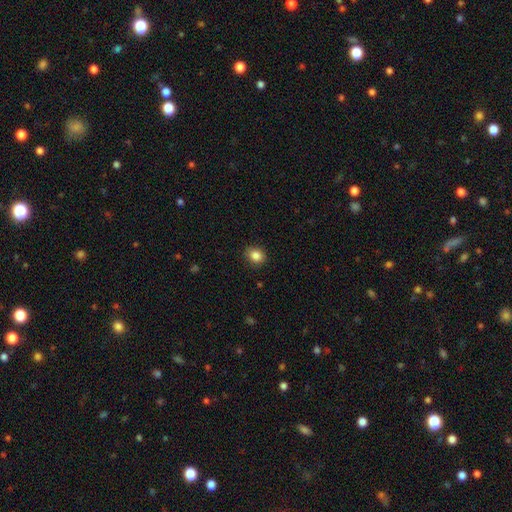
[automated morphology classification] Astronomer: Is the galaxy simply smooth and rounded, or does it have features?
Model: smooth — 86%.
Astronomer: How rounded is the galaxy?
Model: round — 62%.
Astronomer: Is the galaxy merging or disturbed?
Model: none — 88%.